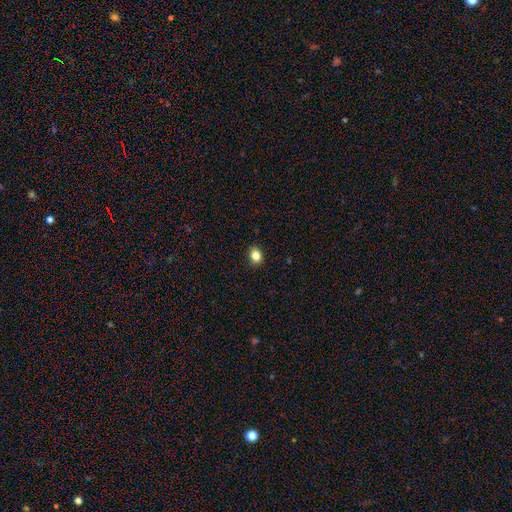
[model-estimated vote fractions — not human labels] Smooth or featured? Predicted: smooth (p=0.84). How rounded? Predicted: in between (p=0.51). Merging? Predicted: none (p=0.90).